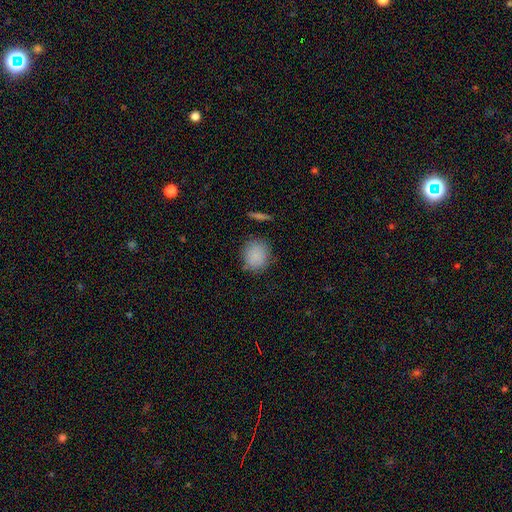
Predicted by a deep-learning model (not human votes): The model was most divided on "how rounded": round: 73%, in between: 26%, cigar-shaped: 1%. More confident: smooth or featured — smooth (85%); merging — none (77%).